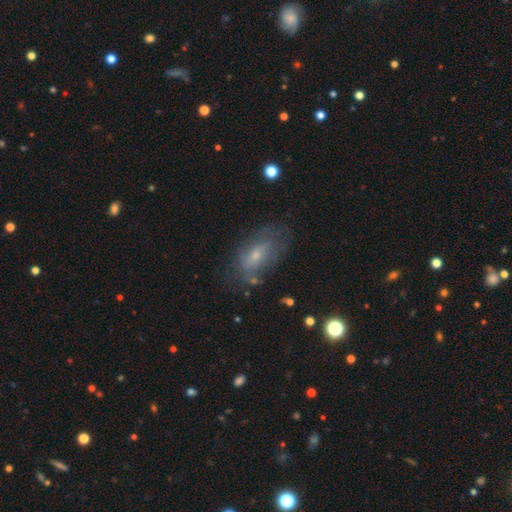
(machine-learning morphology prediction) This appears to be a featured or disk galaxy (45%). Merging: none (61%).